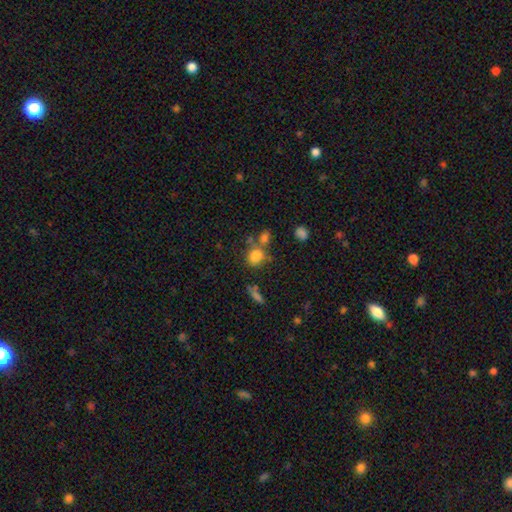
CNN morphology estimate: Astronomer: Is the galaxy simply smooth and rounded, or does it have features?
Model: smooth — 79%.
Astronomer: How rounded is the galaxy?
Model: round — 57% (runner-up: in between, 41%).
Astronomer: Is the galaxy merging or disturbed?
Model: none — 50% (runner-up: merger, 29%).